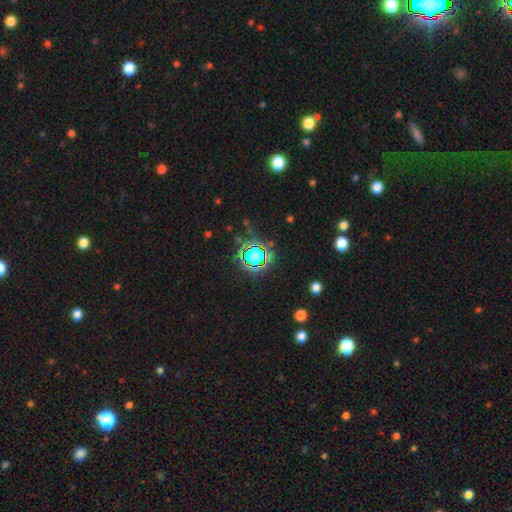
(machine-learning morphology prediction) A star or artifact, not a galaxy (65%).